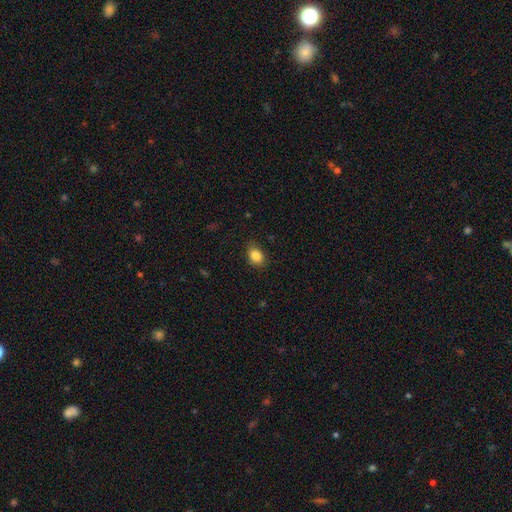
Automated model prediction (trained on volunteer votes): Smooth or featured?
  - smooth: 86% *
  - star or artifact: 9%
  - featured or disk: 5%
How rounded?
  - in between: 71% *
  - round: 28%
  - cigar-shaped: 1%
Merging?
  - none: 81% *
  - minor disturbance: 15%
  - major disturbance: 3%
  - merger: 1%